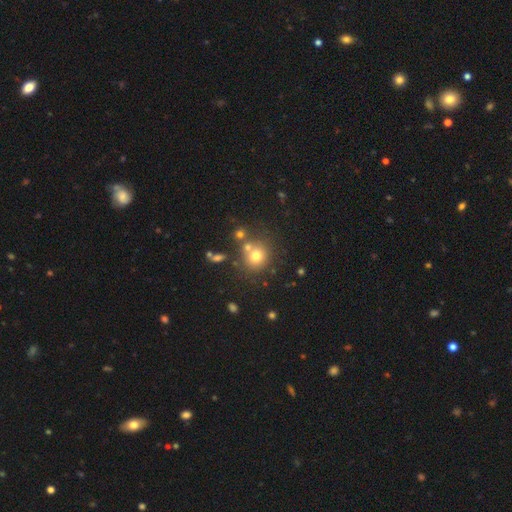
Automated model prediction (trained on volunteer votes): Smooth or featured?
  - smooth: 73% *
  - star or artifact: 15%
  - featured or disk: 12%
How rounded?
  - round: 86% *
  - in between: 13%
  - cigar-shaped: 1%
Merging?
  - none: 63% *
  - merger: 22%
  - minor disturbance: 10%
  - major disturbance: 4%